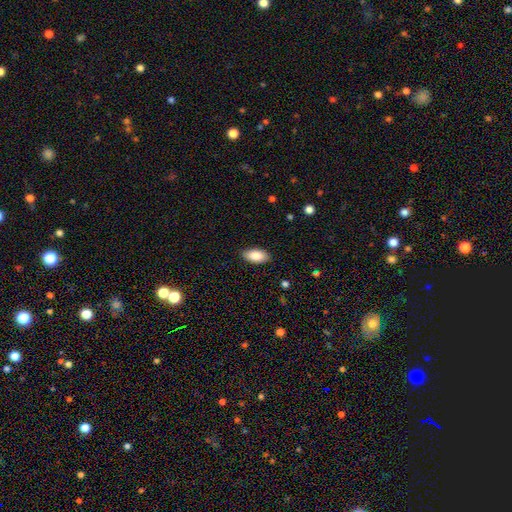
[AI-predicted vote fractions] Smooth or featured: smooth — 86% (featured or disk — 7%)
How rounded: in between — 93% (cigar-shaped — 4%)
Merging: none — 88% (minor disturbance — 9%)